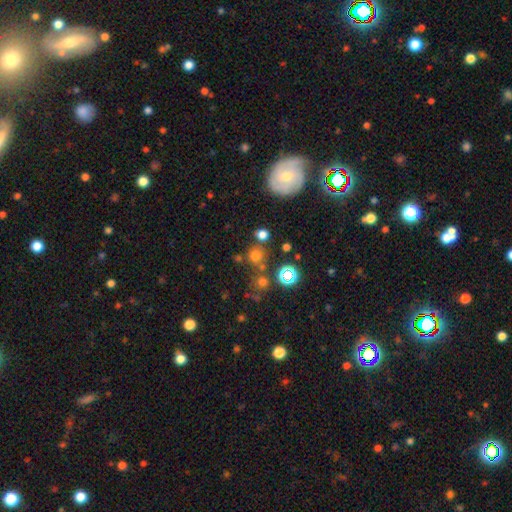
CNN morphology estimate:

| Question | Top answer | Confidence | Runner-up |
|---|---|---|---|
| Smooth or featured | smooth | 69% | star or artifact (23%) |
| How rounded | round | 89% | in between (10%) |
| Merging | none | 72% | merger (14%) |